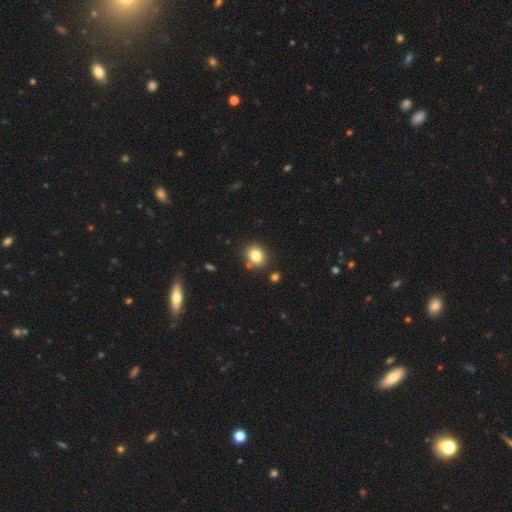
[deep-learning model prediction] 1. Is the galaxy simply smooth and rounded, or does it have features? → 81% smooth, 11% star or artifact, 8% featured or disk.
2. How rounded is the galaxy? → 67% round, 32% in between, 1% cigar-shaped.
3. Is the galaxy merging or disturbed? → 83% none, 9% minor disturbance, 6% merger, 2% major disturbance.